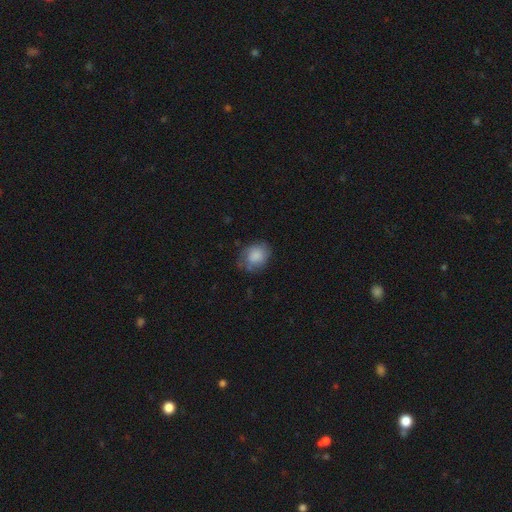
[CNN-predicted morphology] smooth 79%, featured or disk 13%, star or artifact 8%. Down the decision tree: how rounded — round (52%); merging — none (61%).